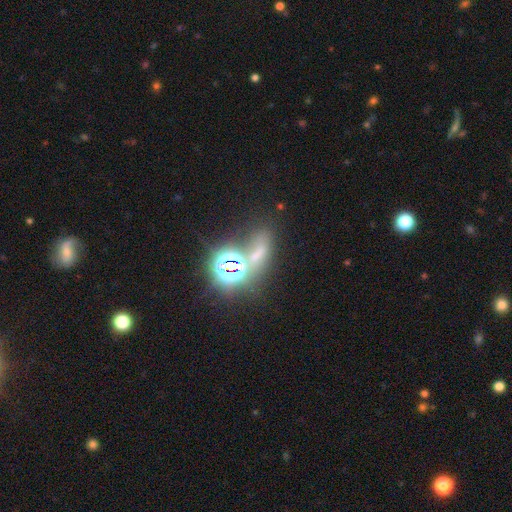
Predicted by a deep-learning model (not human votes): This appears to be a star or artifact, not a galaxy (52%).